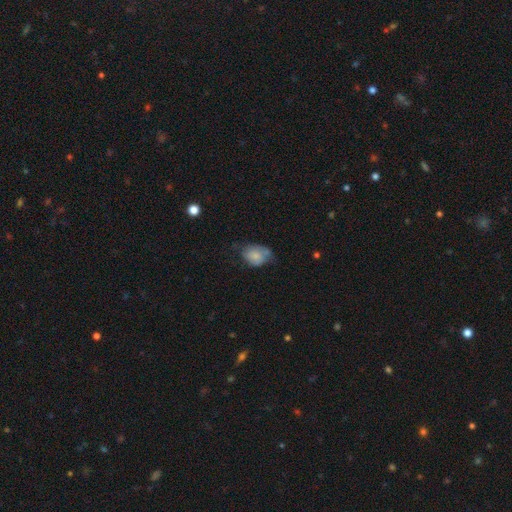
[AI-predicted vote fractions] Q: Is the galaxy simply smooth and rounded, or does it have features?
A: smooth — 71%.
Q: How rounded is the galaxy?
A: in between — 71%.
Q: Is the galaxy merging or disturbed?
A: none — 40%.